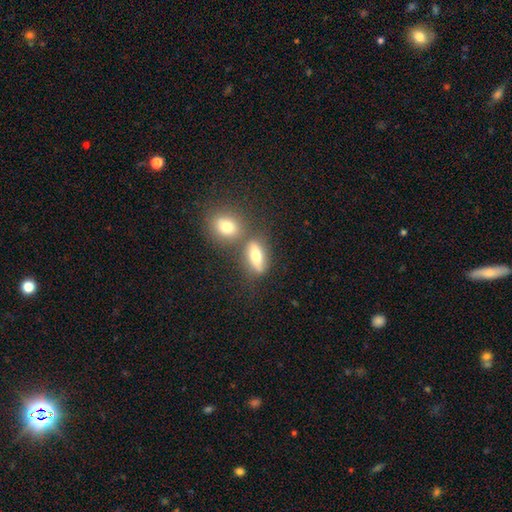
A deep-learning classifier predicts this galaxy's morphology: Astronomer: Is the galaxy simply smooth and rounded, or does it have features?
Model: smooth — 67%.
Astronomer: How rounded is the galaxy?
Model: in between — 66%.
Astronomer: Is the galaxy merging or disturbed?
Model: none — 61%.